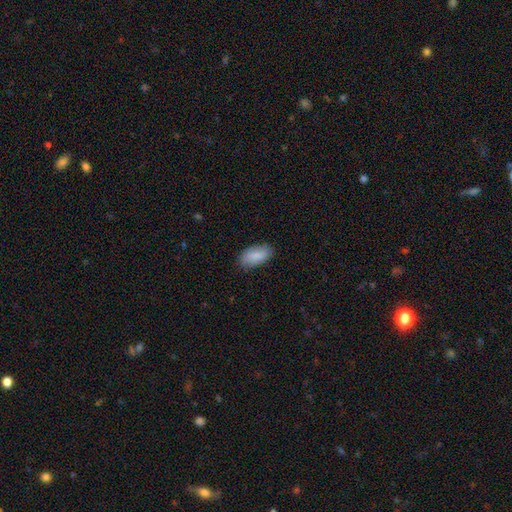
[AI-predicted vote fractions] A smooth galaxy with no disk features (86%) that is in between round and cigar-shaped (93%). Merging: none (84%).